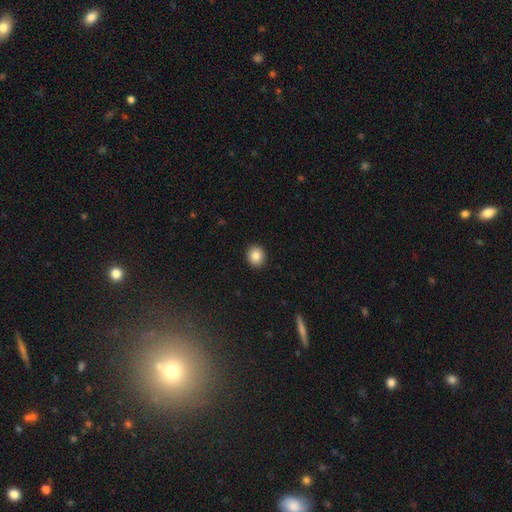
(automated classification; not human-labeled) This appears to be a smooth galaxy with no disk features (85%) that is round (80%). Merging: none (92%).